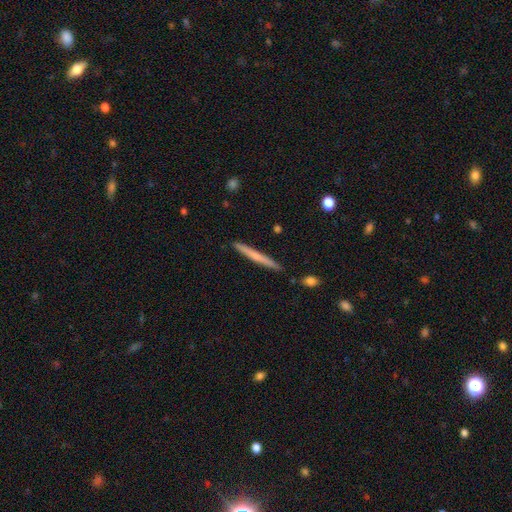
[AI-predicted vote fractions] This is possibly a smooth galaxy (56%). How rounded: clearly cigar-shaped (97%). Merging: clearly none (90%).